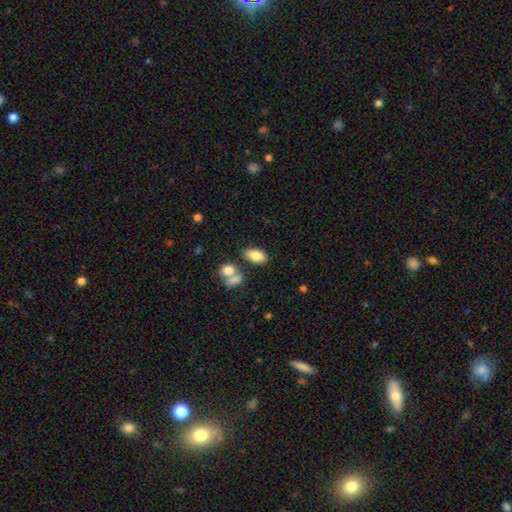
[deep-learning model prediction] This appears to be a smooth galaxy with no disk features (82%) that is in between round and cigar-shaped (92%). Merging: none (71%).